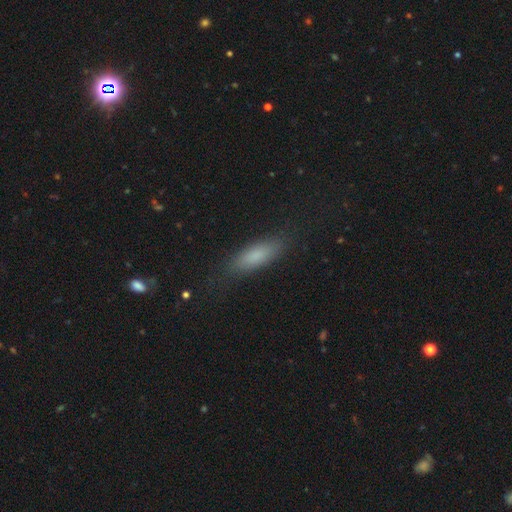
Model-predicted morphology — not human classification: A smooth galaxy with no disk features (79%) that is in between round and cigar-shaped (56%). Merging: none (81%).